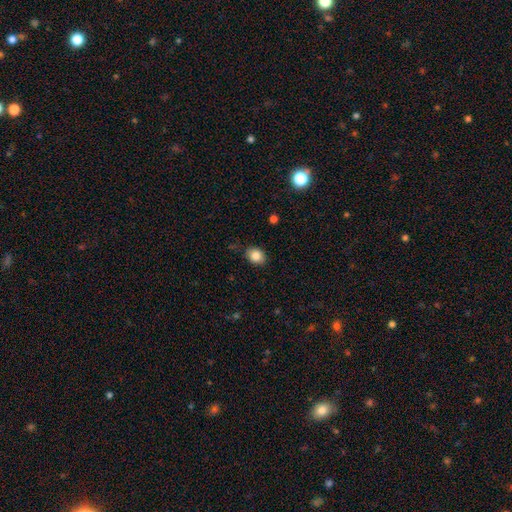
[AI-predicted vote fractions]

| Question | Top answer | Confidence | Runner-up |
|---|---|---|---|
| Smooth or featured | smooth | 85% | star or artifact (9%) |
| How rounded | in between | 58% | round (41%) |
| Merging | none | 84% | minor disturbance (12%) |